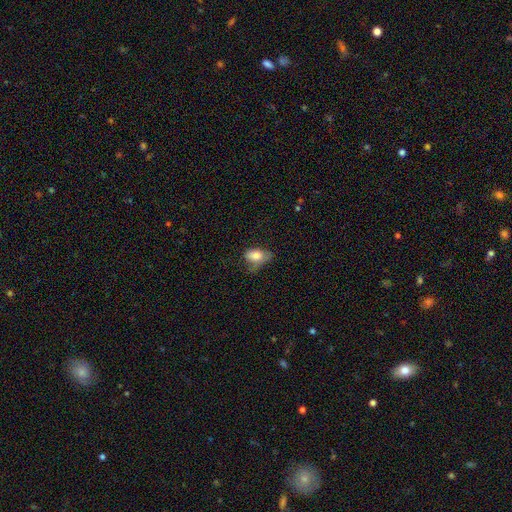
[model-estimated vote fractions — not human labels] This appears to be a smooth galaxy with no disk features (79%) that is in between round and cigar-shaped (85%). Merging: minor disturbance (38%).